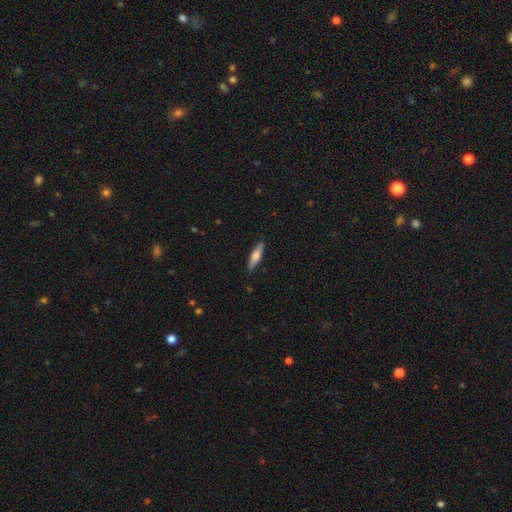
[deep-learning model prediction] This is likely a smooth galaxy (65%). How rounded: likely cigar-shaped (65%). Merging: clearly none (88%).